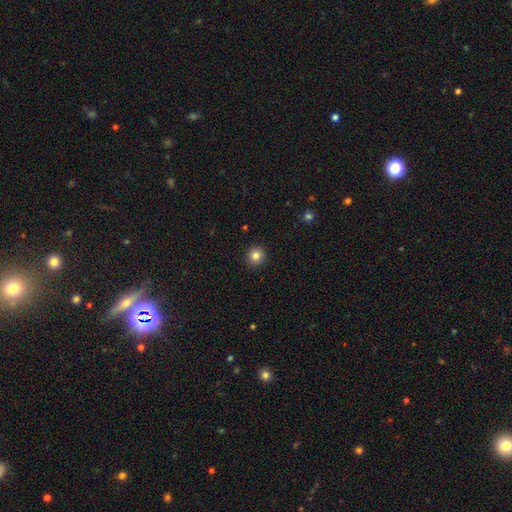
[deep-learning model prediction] smooth_or_featured: smooth (p=0.83) [alt: star or artifact p=0.11]
how_rounded: round (p=0.93) [alt: in between p=0.06]
merging: none (p=0.93) [alt: minor disturbance p=0.05]